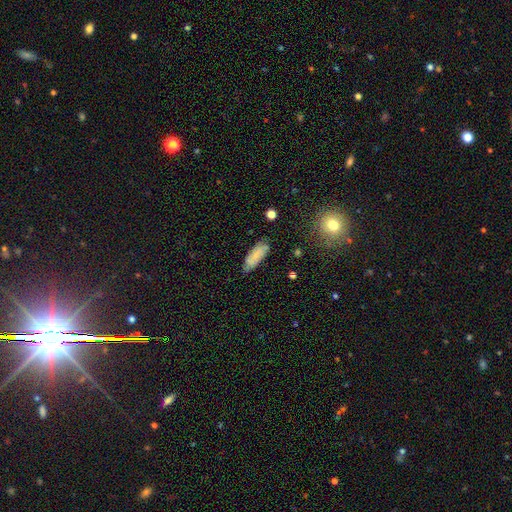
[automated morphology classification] Smooth or featured? smooth (66%)
How rounded? in between (65%)
Merging? none (70%)